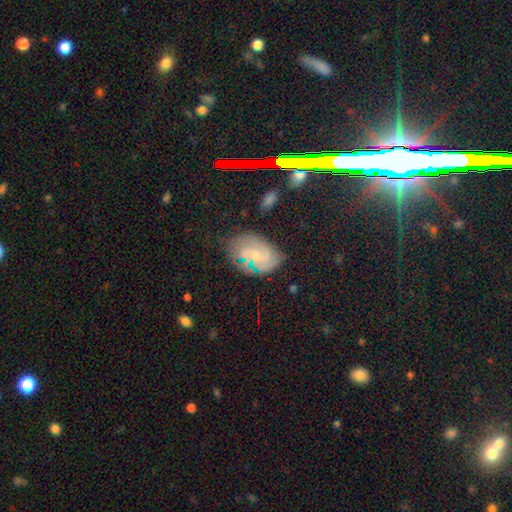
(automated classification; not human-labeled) Smooth or featured: featured or disk — 67% (smooth — 22%)
Edge-on disk: no — 97% (yes — 3%)
Bar: no — 59% (weak — 35%)
Spiral arms: yes — 91% (no — 9%)
Spiral winding: tight — 55% (medium — 35%)
Spiral arm count: can't tell — 33% (2 — 31%)
Bulge size: small — 59% (moderate — 19%)
Merging: none — 70% (minor disturbance — 20%)